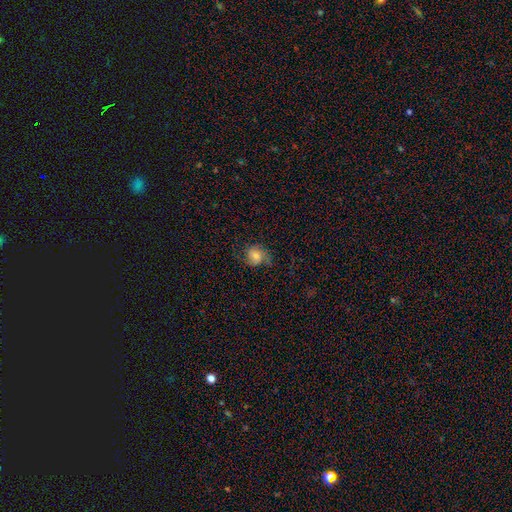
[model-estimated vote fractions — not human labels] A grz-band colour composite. It shows a smooth galaxy with no disk features (51%) that is round (69%). Merging: none (62%).